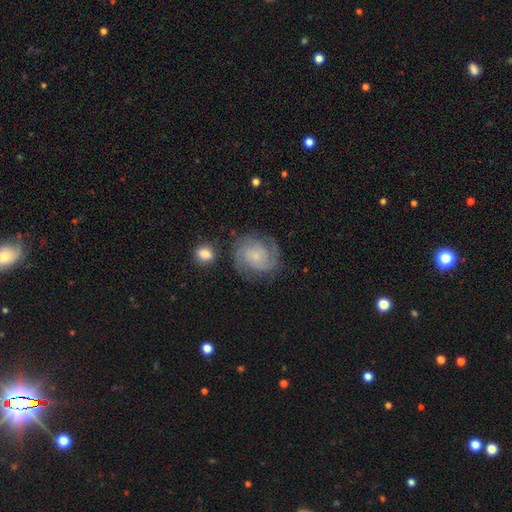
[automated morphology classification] Overall: featured or disk (76%). Edge-on disk: no (98%). Bar: no (71%). Spiral arms: yes (96%). Spiral arm count: 2 (52%; can't tell 18%). Spiral winding: tight (55%; medium 35%). Bulge size: small (60%). Merging: none (74%).